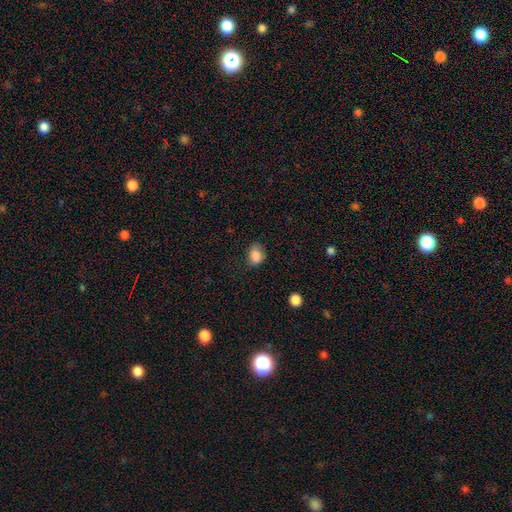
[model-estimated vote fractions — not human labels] smooth-or-featured: smooth: 86% | star or artifact: 9% | featured or disk: 5%
  how-rounded: in between: 64% | round: 35% | cigar-shaped: 1%
  merging: none: 66% | minor disturbance: 26% | major disturbance: 6% | merger: 1%